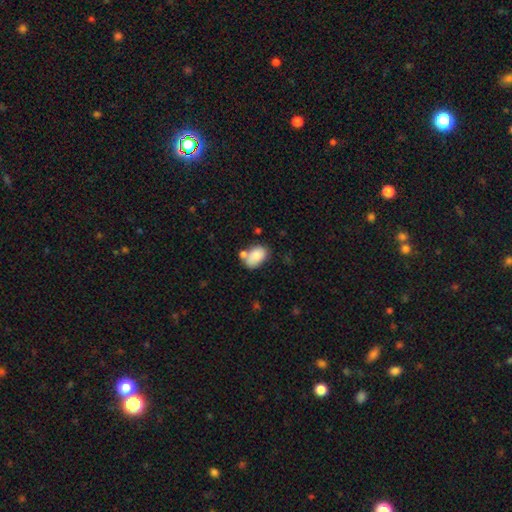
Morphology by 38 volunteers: type=smooth (87%); roundness=in between (94%); merging=none (55%).